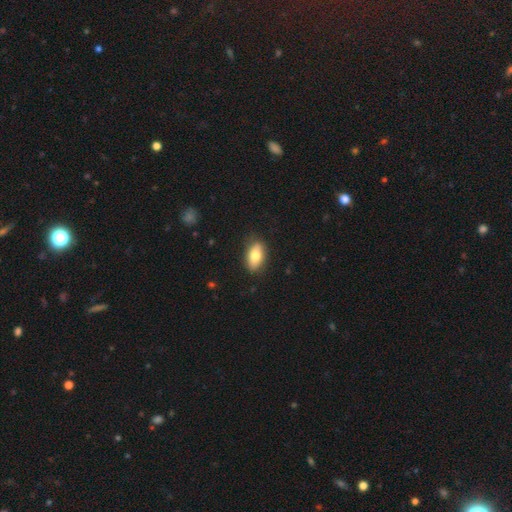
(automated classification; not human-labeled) smooth 75%, featured or disk 18%, star or artifact 7%. Down the decision tree: how rounded — in between (89%); merging — none (85%).